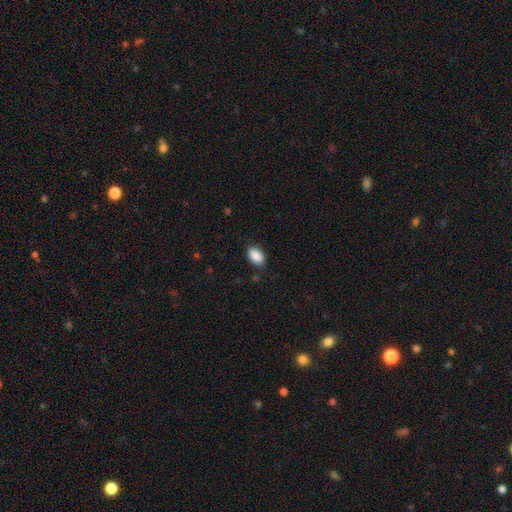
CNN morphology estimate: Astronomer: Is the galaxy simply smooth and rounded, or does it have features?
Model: smooth — 89%.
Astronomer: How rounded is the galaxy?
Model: in between — 92%.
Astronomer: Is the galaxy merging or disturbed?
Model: none — 86%.